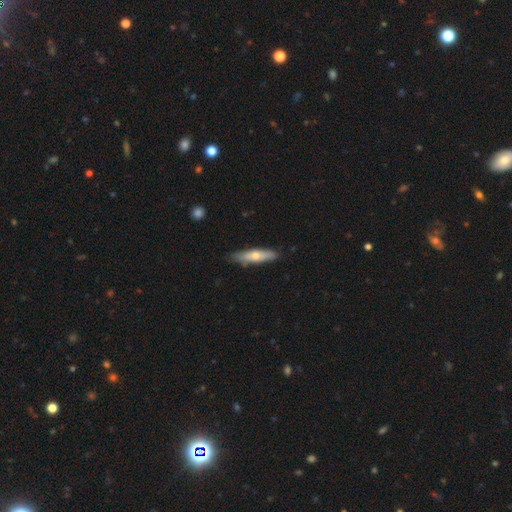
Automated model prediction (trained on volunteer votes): A smooth galaxy with no disk features (58%) that is cigar-shaped (74%). Merging: none (82%).